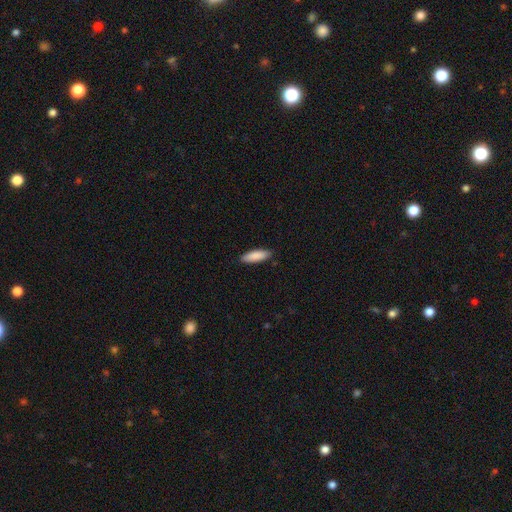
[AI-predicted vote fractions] The model was most divided on "how rounded": in between: 52%, cigar-shaped: 47%, round: 1%. More confident: smooth or featured — smooth (89%); merging — none (89%).